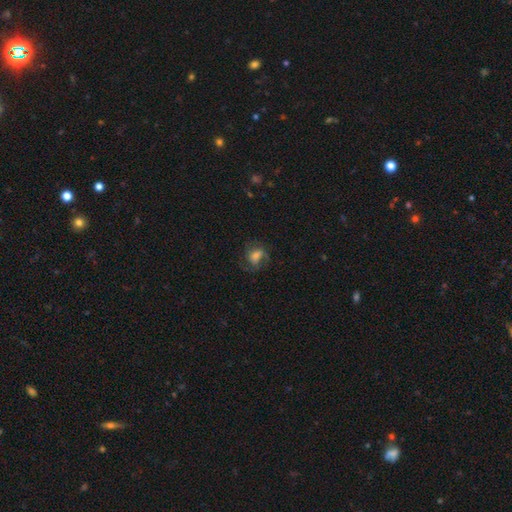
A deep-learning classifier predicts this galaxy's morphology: Smooth or featured? Predicted: featured or disk (p=0.52). Edge-on disk? Predicted: no (p=0.97). Bar? Predicted: no (p=0.51). Spiral arms? Predicted: yes (p=0.83). Bulge size? Predicted: moderate (p=0.44). Merging? Predicted: none (p=0.59).